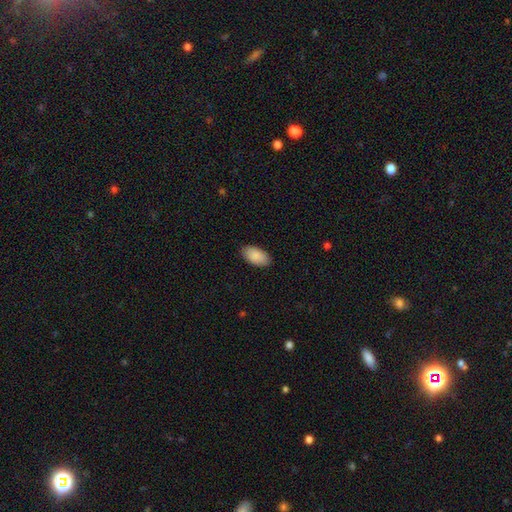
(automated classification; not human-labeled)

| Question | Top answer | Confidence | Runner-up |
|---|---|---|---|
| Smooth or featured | smooth | 89% | star or artifact (6%) |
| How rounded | in between | 95% | round (3%) |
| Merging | none | 88% | minor disturbance (9%) |